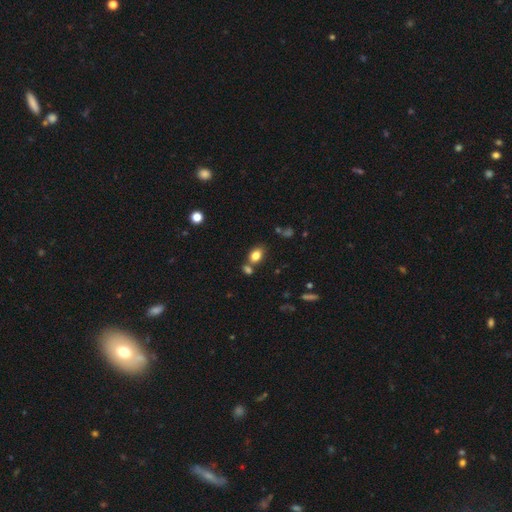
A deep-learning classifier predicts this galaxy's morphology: Smooth or featured? Predicted: smooth (p=0.81). How rounded? Predicted: in between (p=0.74). Merging? Predicted: none (p=0.64).